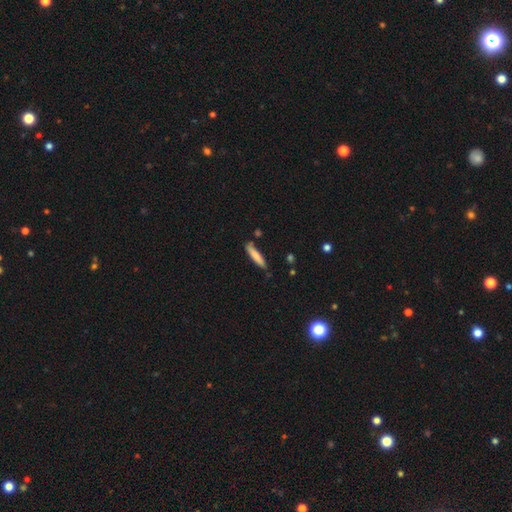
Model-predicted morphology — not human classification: Smooth or featured?
  - smooth: 77% *
  - featured or disk: 17%
  - star or artifact: 6%
How rounded?
  - cigar-shaped: 88% *
  - in between: 11%
  - round: 1%
Merging?
  - none: 77% *
  - minor disturbance: 16%
  - merger: 5%
  - major disturbance: 3%